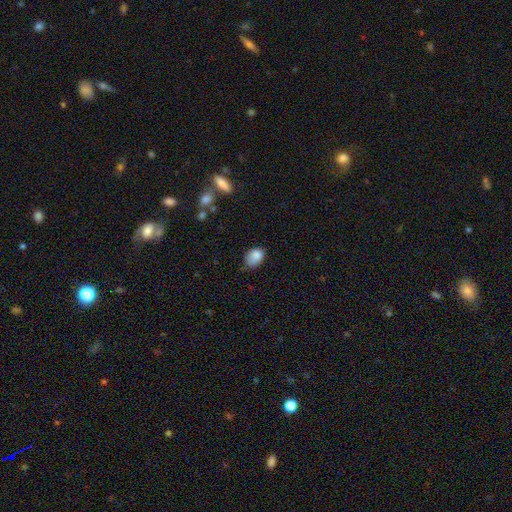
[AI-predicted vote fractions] Smooth or featured?
  - smooth: 85% *
  - star or artifact: 9%
  - featured or disk: 6%
How rounded?
  - in between: 75% *
  - round: 24%
  - cigar-shaped: 1%
Merging?
  - none: 50% *
  - minor disturbance: 39%
  - major disturbance: 9%
  - merger: 2%